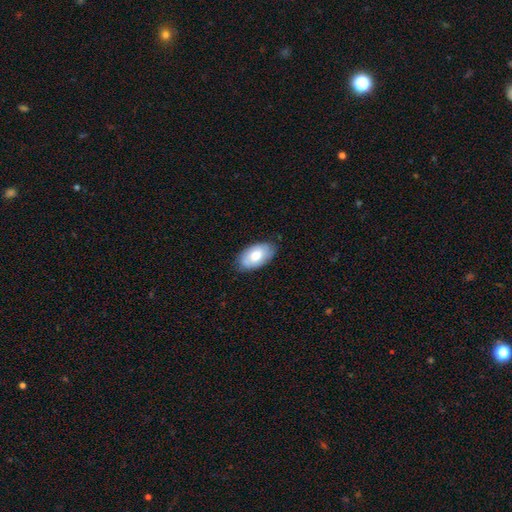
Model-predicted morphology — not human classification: Smooth or featured: smooth — 73% (featured or disk — 21%)
How rounded: in between — 94% (round — 4%)
Merging: none — 79% (minor disturbance — 17%)